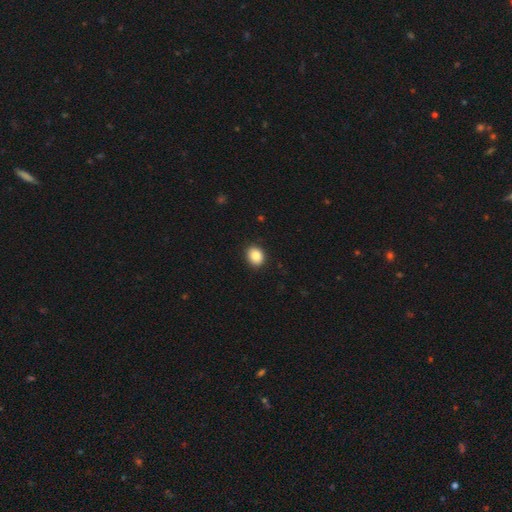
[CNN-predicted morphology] smooth 88%, star or artifact 8%, featured or disk 4%. Down the decision tree: how rounded — round (54%); merging — none (90%).